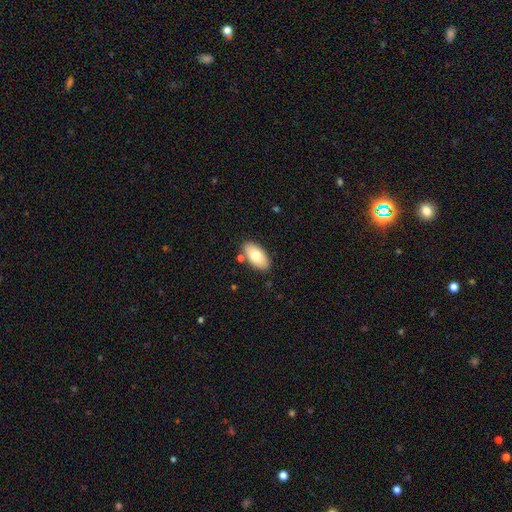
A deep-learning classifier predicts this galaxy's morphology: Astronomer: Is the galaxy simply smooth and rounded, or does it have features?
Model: smooth — 73%.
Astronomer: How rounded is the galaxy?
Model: in between — 93%.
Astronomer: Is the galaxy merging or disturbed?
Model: none — 83%.